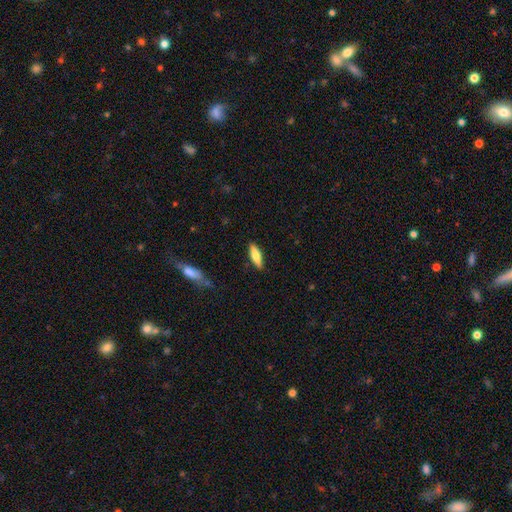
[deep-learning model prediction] smooth_or_featured: smooth (p=0.73) [alt: featured or disk p=0.21]
how_rounded: cigar-shaped (p=0.58) [alt: in between p=0.40]
merging: none (p=0.86) [alt: minor disturbance p=0.10]